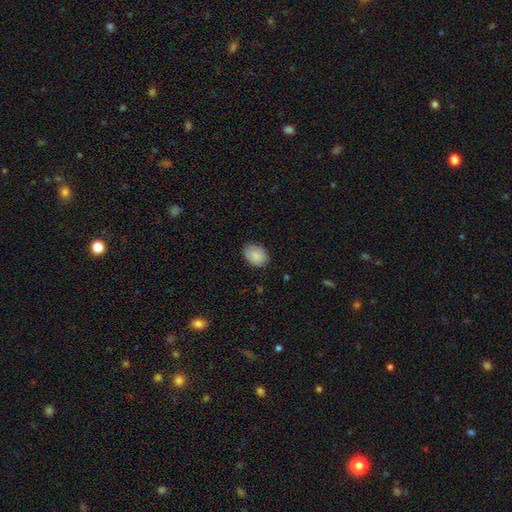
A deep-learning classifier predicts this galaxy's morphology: smooth-or-featured: smooth: 89% | star or artifact: 7% | featured or disk: 4%
  how-rounded: in between: 73% | round: 26% | cigar-shaped: 1%
  merging: none: 85% | minor disturbance: 12% | major disturbance: 2% | merger: 1%